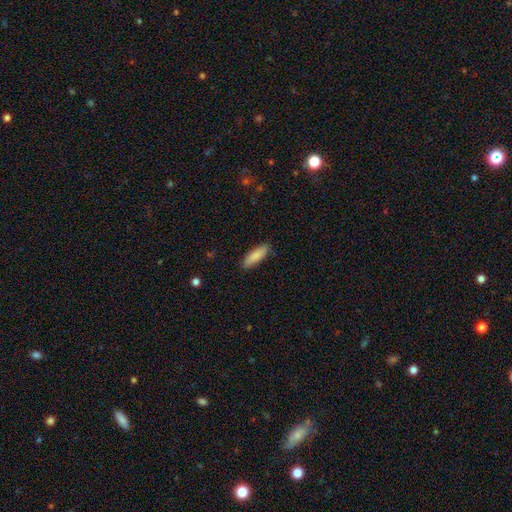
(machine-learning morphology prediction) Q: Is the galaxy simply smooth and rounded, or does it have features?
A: smooth — 86%.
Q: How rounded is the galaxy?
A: cigar-shaped — 51%.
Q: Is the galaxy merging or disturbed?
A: none — 86%.